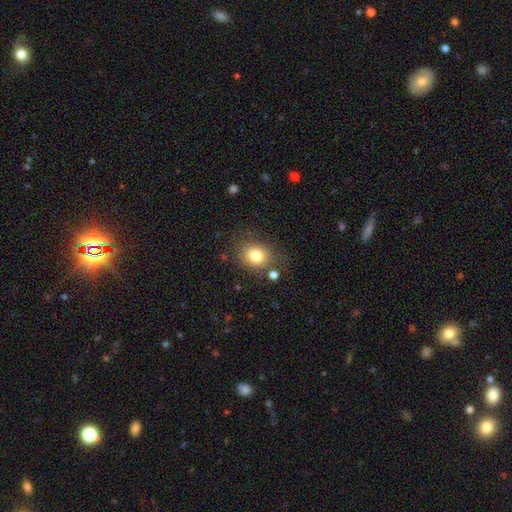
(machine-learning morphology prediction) The model was most divided on "how rounded": round: 59%, in between: 40%, cigar-shaped: 1%. More confident: smooth or featured — smooth (80%); merging — none (75%).